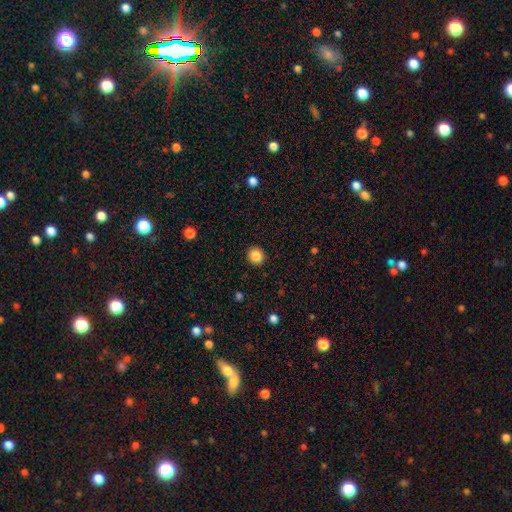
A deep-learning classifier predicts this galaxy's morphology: Smooth or featured? Predicted: smooth (p=0.86). How rounded? Predicted: round (p=0.86). Merging? Predicted: none (p=0.92).